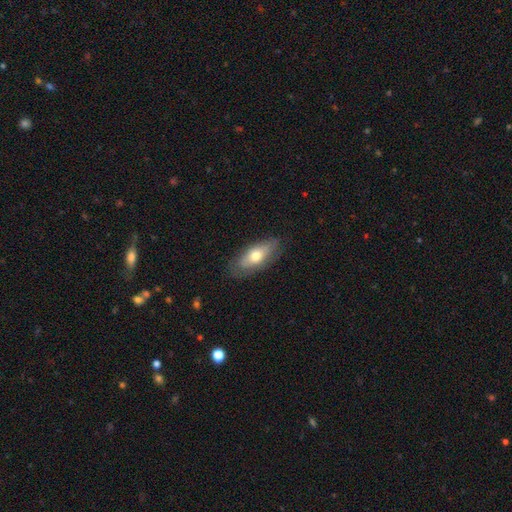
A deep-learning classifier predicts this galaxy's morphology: type=smooth (62%); roundness=in between (83%); merging=none (78%).